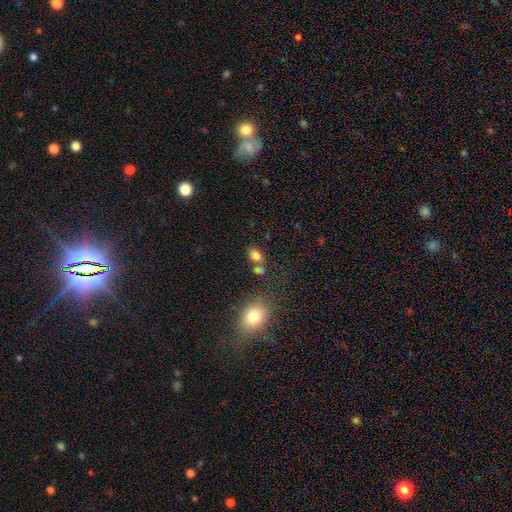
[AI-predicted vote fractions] Smooth or featured: smooth — 79% (star or artifact — 12%)
How rounded: in between — 66% (round — 32%)
Merging: none — 59% (merger — 23%)